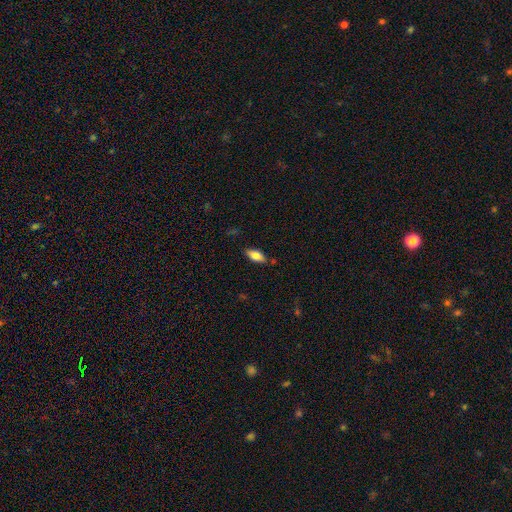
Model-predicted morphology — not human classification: The model was most divided on "smooth or featured": smooth: 76%, featured or disk: 17%, star or artifact: 7%. More confident: how rounded — in between (84%); merging — none (79%).